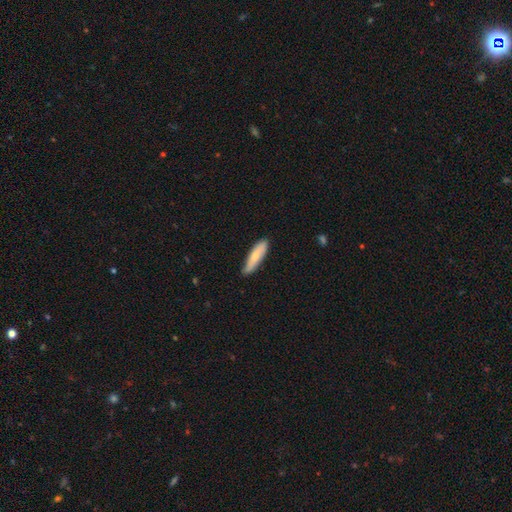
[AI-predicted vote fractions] Smooth or featured? Predicted: smooth (p=0.74). How rounded? Predicted: cigar-shaped (p=0.66). Merging? Predicted: none (p=0.78).